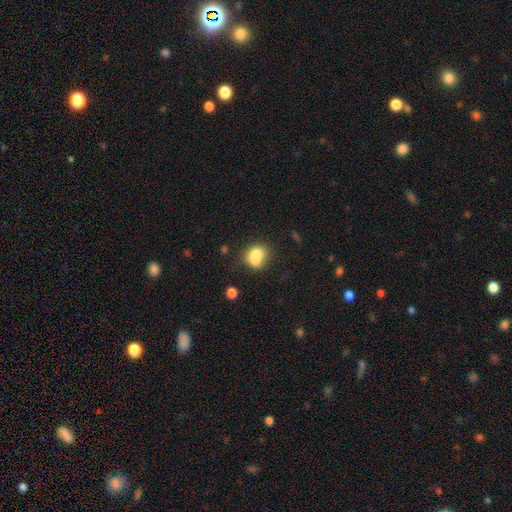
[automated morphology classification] This is likely a smooth galaxy (72%). How rounded: likely round (62%). Merging: possibly merger (50%).